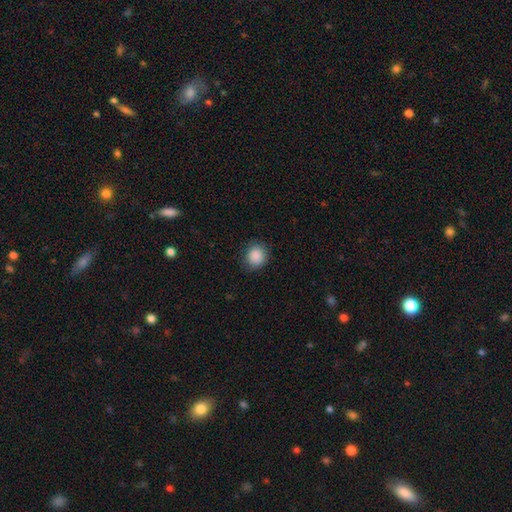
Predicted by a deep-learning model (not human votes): smooth 89%, star or artifact 8%, featured or disk 3%. Down the decision tree: how rounded — round (82%); merging — none (85%).